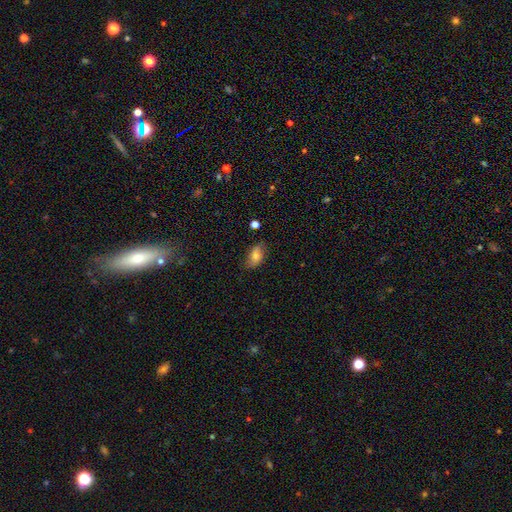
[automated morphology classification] smooth_or_featured: smooth (p=0.71) [alt: featured or disk p=0.21]
how_rounded: in between (p=0.90) [alt: round p=0.06]
merging: none (p=0.72) [alt: minor disturbance p=0.22]